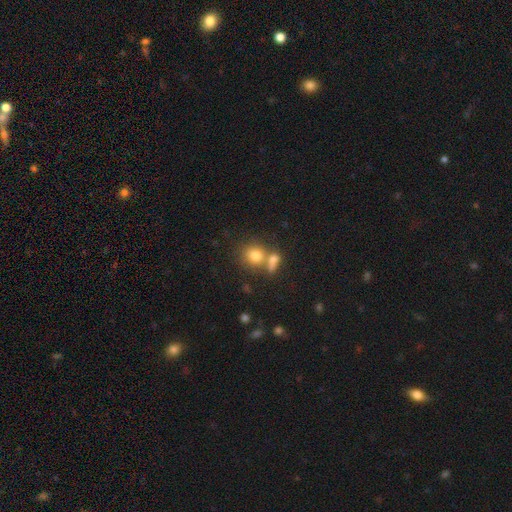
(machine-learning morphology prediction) Smooth or featured? Predicted: smooth (p=0.79). How rounded? Predicted: round (p=0.73). Merging? Predicted: none (p=0.46).